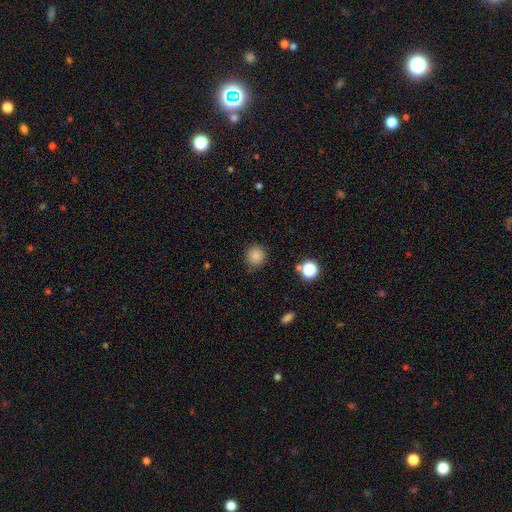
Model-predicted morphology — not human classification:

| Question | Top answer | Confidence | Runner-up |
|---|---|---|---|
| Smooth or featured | smooth | 83% | star or artifact (12%) |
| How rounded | round | 91% | in between (8%) |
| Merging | none | 82% | minor disturbance (13%) |